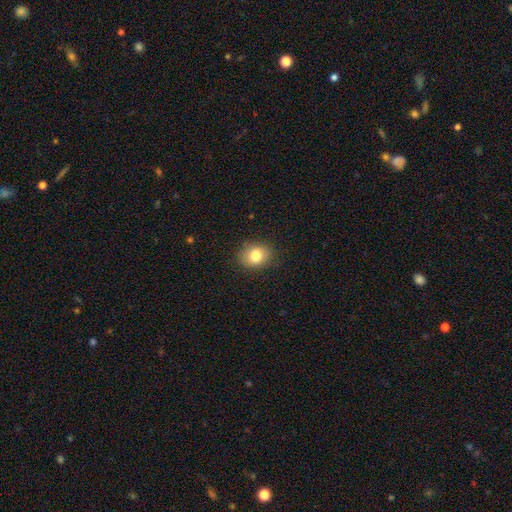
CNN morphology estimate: Smooth or featured? smooth (82%)
How rounded? round (55%)
Merging? none (86%)